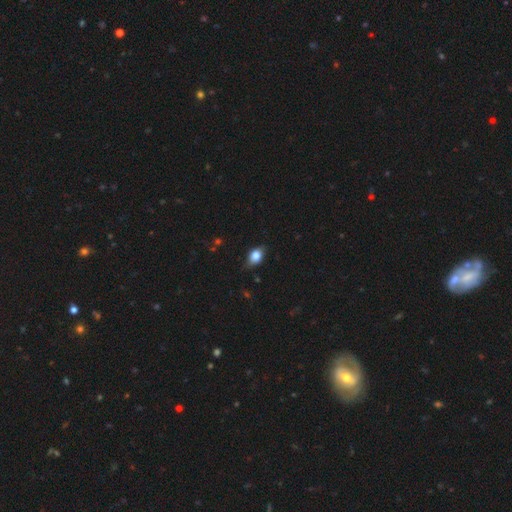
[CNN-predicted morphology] A smooth galaxy with no disk features (76%) that is in between round and cigar-shaped (75%). Merging: none (73%).